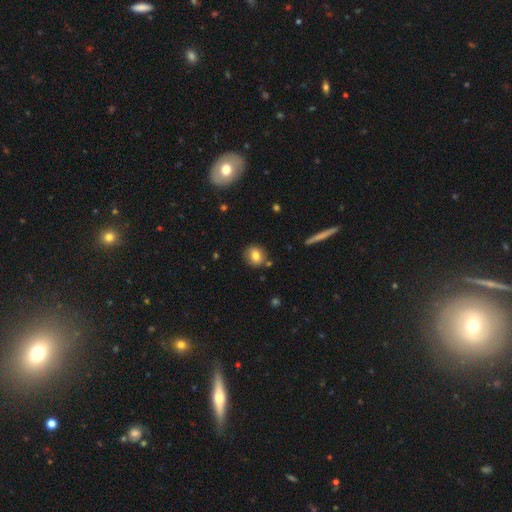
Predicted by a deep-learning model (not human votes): This is likely a smooth galaxy (79%). How rounded: likely round (72%). Merging: clearly none (83%).